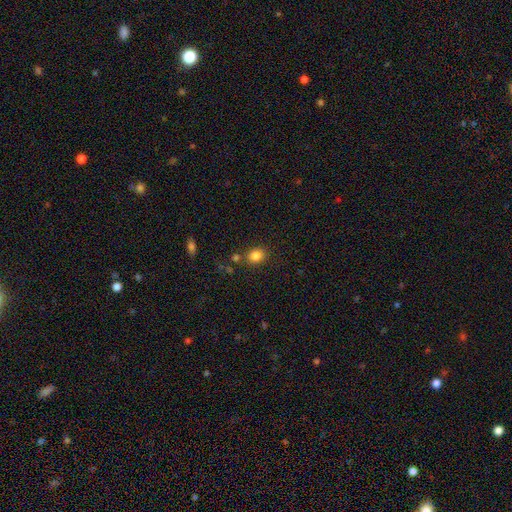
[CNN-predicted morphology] Q: Smooth or featured?
A: smooth (83%); runner-up: star or artifact (11%)
Q: How rounded?
A: round (59%); runner-up: in between (40%)
Q: Merging?
A: none (78%); runner-up: minor disturbance (10%)